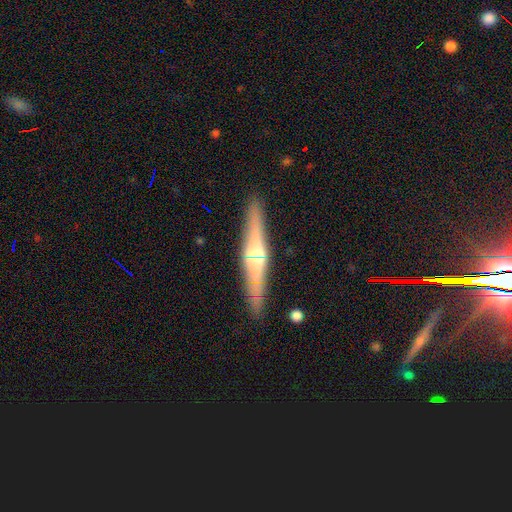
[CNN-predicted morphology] Smooth or featured: featured or disk — 68% (smooth — 26%)
Edge-on disk: yes — 96% (no — 4%)
Edge-on bulge: rounded — 81% (none — 11%)
Merging: none — 89% (minor disturbance — 8%)